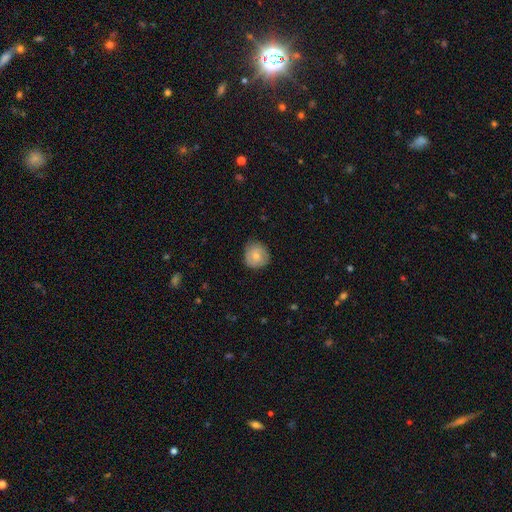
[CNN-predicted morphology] Smooth or featured? Predicted: smooth (p=0.63). How rounded? Predicted: round (p=0.88). Merging? Predicted: none (p=0.80).